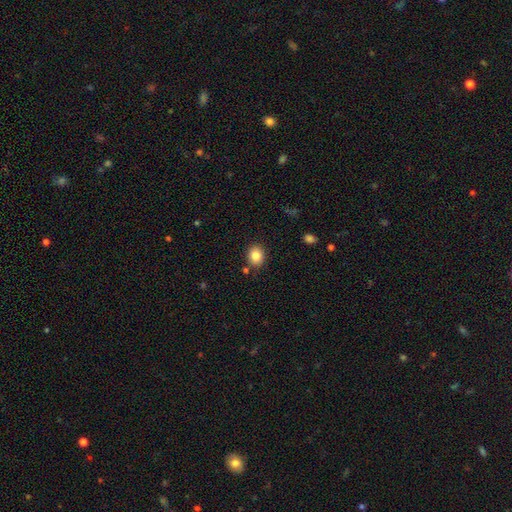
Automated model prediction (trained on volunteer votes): smooth_or_featured: smooth (p=0.85) [alt: star or artifact p=0.09]
how_rounded: round (p=0.59) [alt: in between p=0.41]
merging: none (p=0.85) [alt: minor disturbance p=0.09]